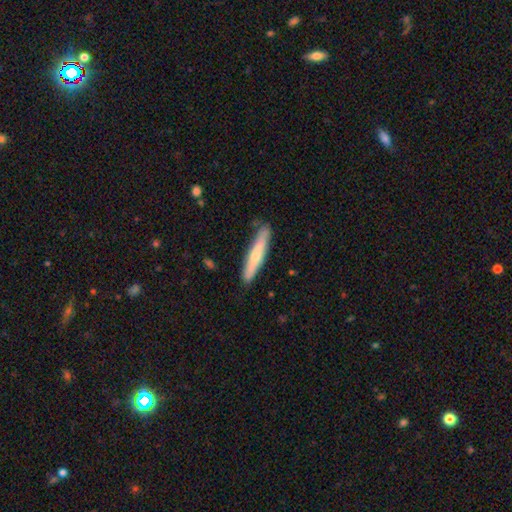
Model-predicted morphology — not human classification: This is possibly a smooth galaxy (58%). How rounded: clearly cigar-shaped (90%). Merging: clearly none (82%).